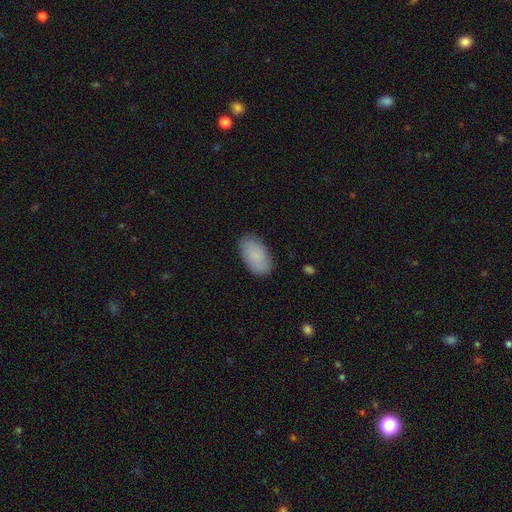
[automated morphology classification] Q: Smooth or featured?
A: smooth (85%); runner-up: featured or disk (9%)
Q: How rounded?
A: in between (94%); runner-up: round (4%)
Q: Merging?
A: none (86%); runner-up: minor disturbance (11%)